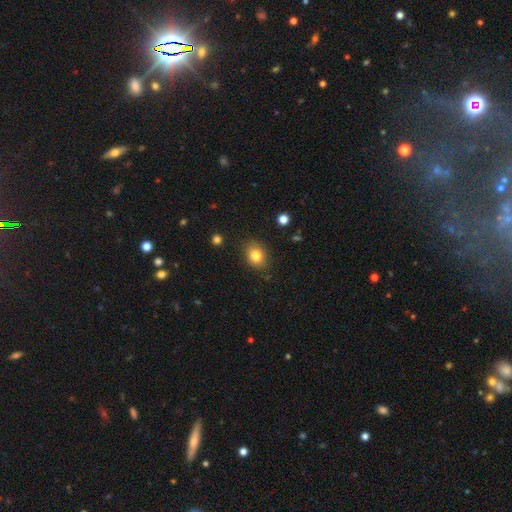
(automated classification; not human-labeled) This appears to be a smooth galaxy with no disk features (83%) that is in between round and cigar-shaped (51%). Merging: none (85%).